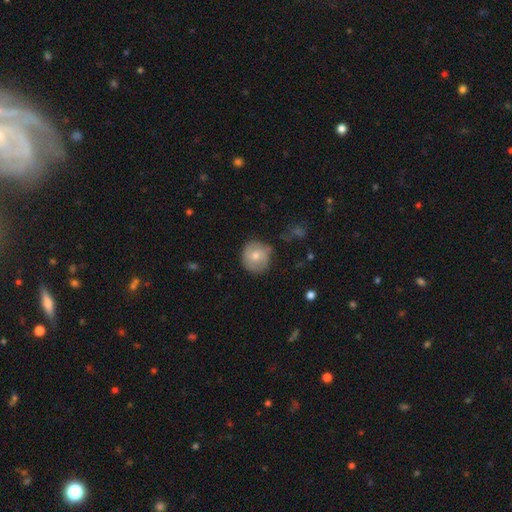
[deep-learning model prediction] Morphology: type=smooth (65%); roundness=round (89%); merging=none (75%).